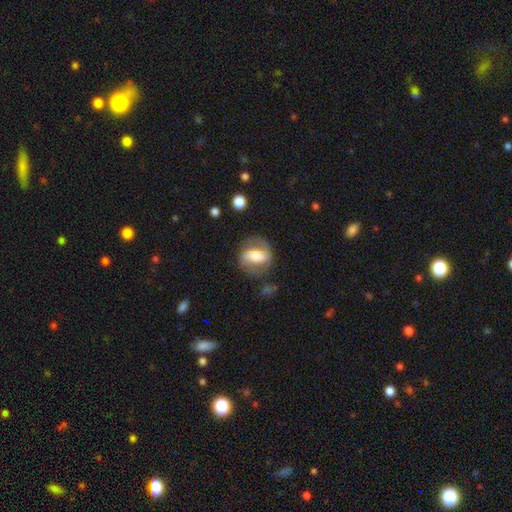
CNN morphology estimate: Smooth or featured: featured or disk — 55% (smooth — 37%)
Edge-on disk: no — 91% (yes — 9%)
Bar: strong — 47% (weak — 33%)
Spiral arms: yes — 65% (no — 35%)
Bulge size: moderate — 50% (small — 22%)
Merging: none — 64% (minor disturbance — 20%)